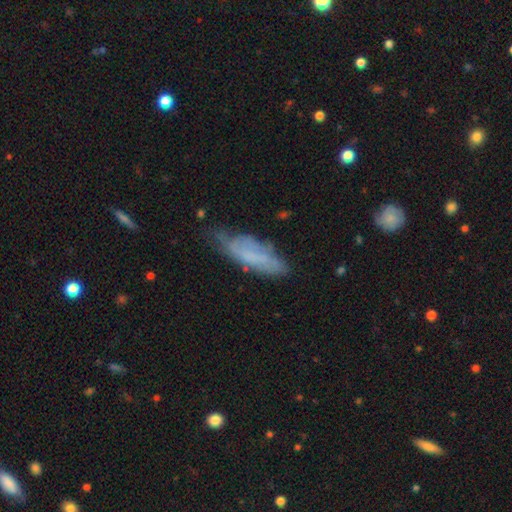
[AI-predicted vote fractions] Smooth or featured? Predicted: smooth (p=0.50). How rounded? Predicted: cigar-shaped (p=0.50). Merging? Predicted: none (p=0.49).